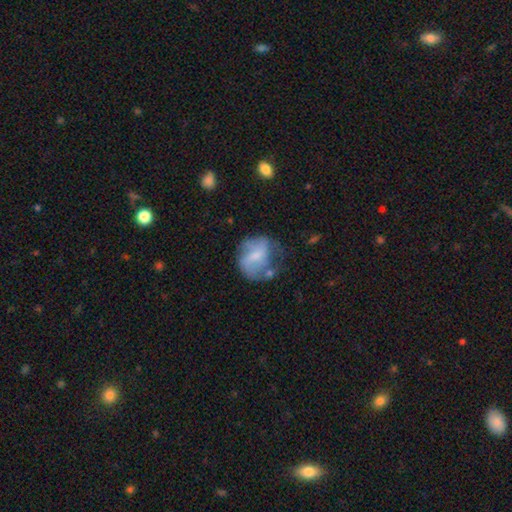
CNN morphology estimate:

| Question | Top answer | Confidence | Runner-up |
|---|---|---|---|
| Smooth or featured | featured or disk | 48% | smooth (43%) |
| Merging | none | 43% | minor disturbance (28%) |